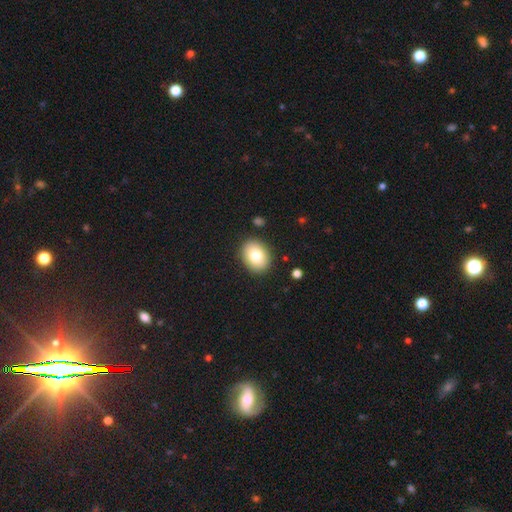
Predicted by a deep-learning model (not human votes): Smooth or featured: smooth — 79% (featured or disk — 12%)
How rounded: in between — 57% (round — 42%)
Merging: none — 89% (minor disturbance — 8%)